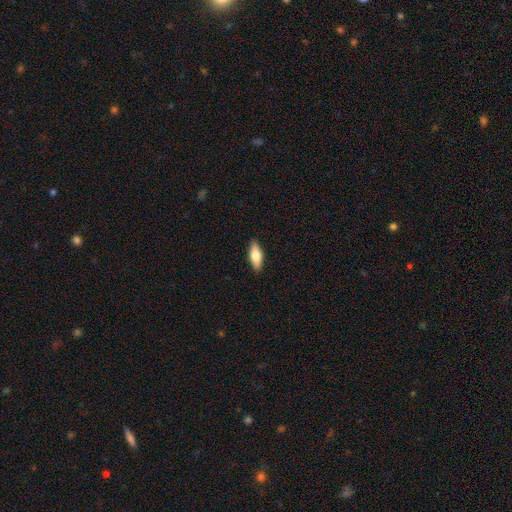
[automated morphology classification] A smooth galaxy with no disk features (68%) that is in between round and cigar-shaped (70%). Merging: none (89%).